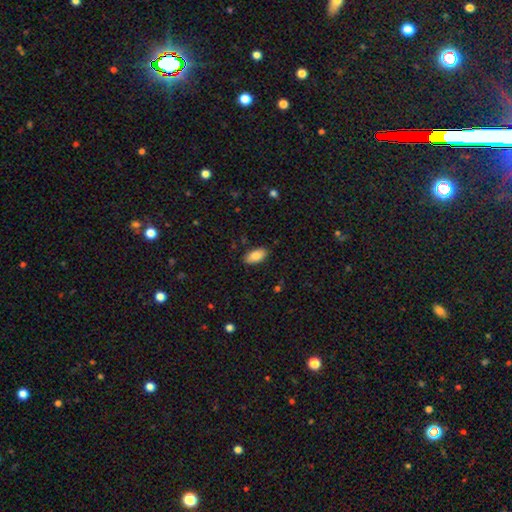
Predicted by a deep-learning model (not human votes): smooth-or-featured: smooth: 84% | featured or disk: 9% | star or artifact: 7%
  how-rounded: in between: 93% | cigar-shaped: 5% | round: 3%
  merging: none: 87% | minor disturbance: 10% | major disturbance: 2% | merger: 1%